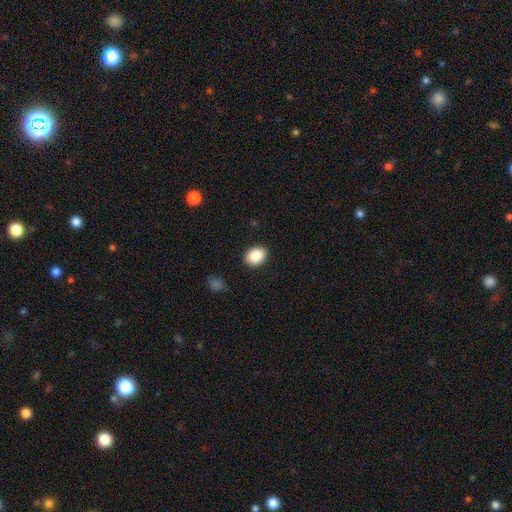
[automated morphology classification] A smooth galaxy with no disk features (88%) that is in between round and cigar-shaped (63%).

Vote fractions:
- Smooth or featured? smooth: 88% / star or artifact: 8% / featured or disk: 4%
- How rounded? in between: 63% / round: 36% / cigar-shaped: 1%
- Merging? none: 89% / minor disturbance: 8% / major disturbance: 2% / merger: 1%